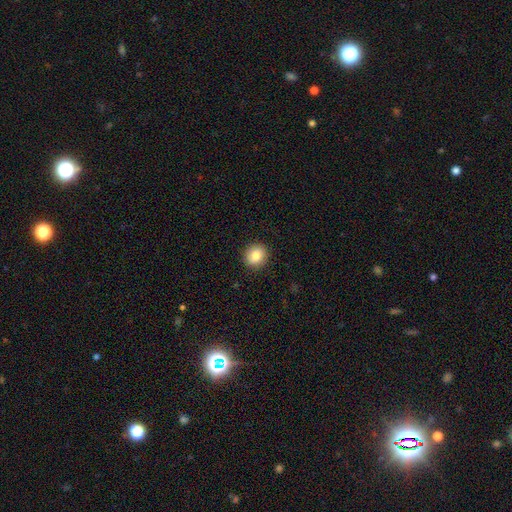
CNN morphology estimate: Overall: smooth (84%). How rounded: round (84%). Merging: none (91%).